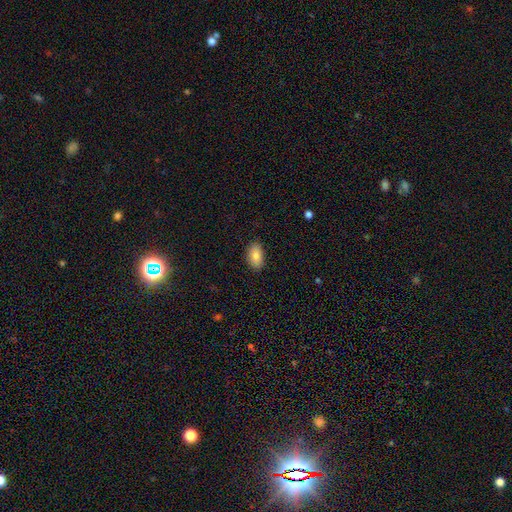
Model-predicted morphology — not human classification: type=smooth (83%); roundness=in between (92%); merging=none (87%).